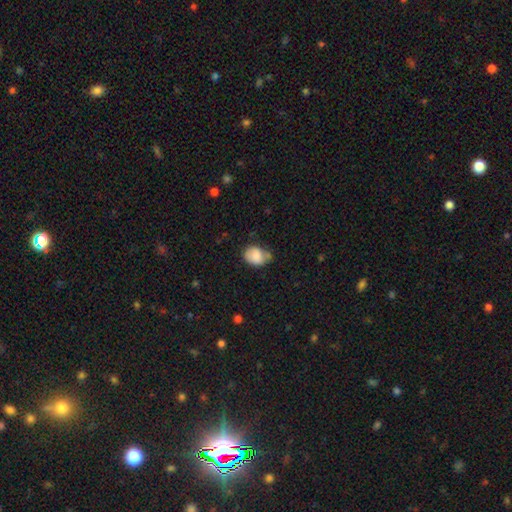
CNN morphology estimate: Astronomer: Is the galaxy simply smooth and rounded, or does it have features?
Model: smooth — 84%.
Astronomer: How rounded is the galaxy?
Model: in between — 61% (runner-up: round, 38%).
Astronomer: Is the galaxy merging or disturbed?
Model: none — 51% (runner-up: minor disturbance, 31%).